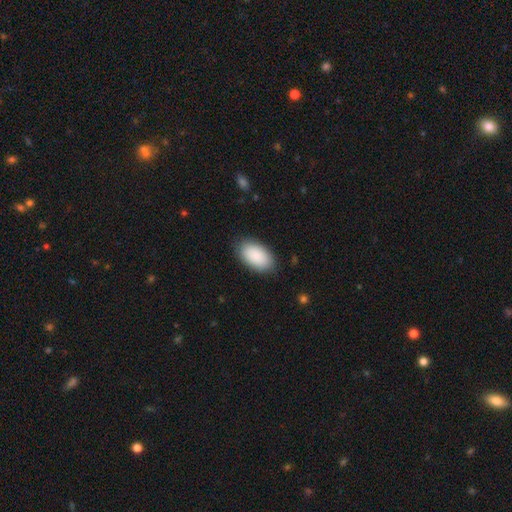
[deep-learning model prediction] This appears to be a smooth galaxy with no disk features (90%) that is in between round and cigar-shaped (95%). Merging: none (86%).